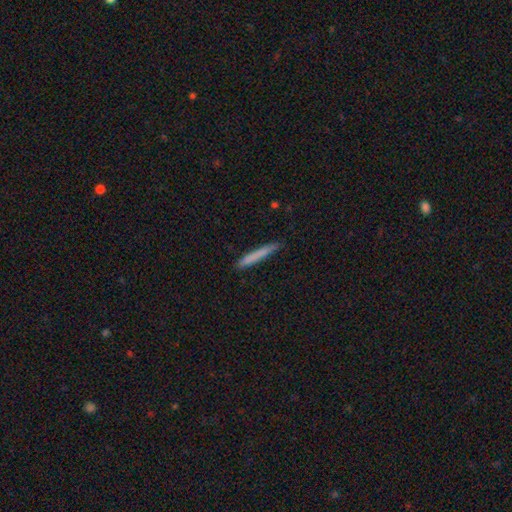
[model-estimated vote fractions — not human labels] Smooth or featured: smooth — 76% (featured or disk — 18%)
How rounded: cigar-shaped — 96% (in between — 3%)
Merging: none — 87% (minor disturbance — 10%)